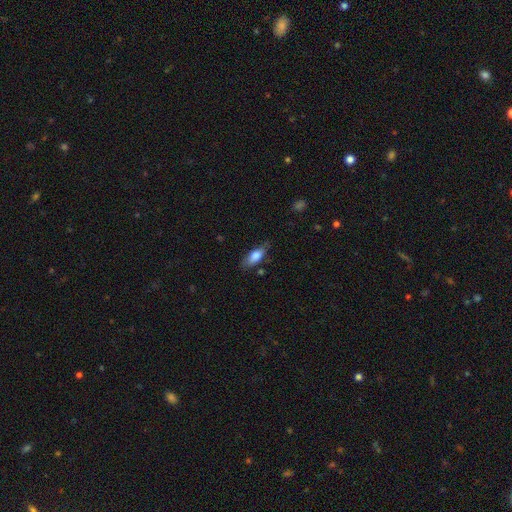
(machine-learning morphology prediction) A smooth galaxy with no disk features (74%) that is in between round and cigar-shaped (72%). Merging: none (68%).